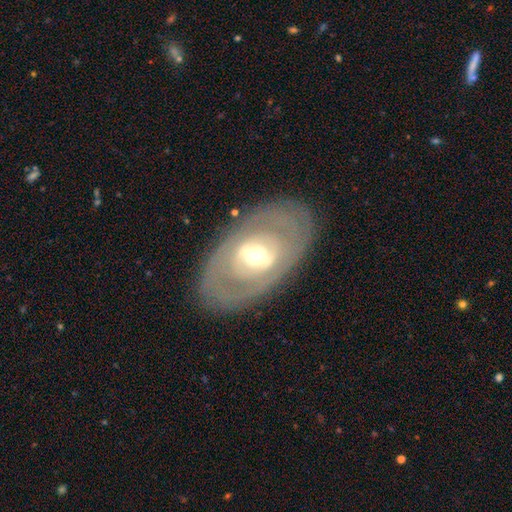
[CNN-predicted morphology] The model was most divided on "bar": weak: 36%, no: 34%, strong: 31%. More confident: edge-on disk — no (89%); merging — none (81%); smooth or featured — featured or disk (71%); spiral arms — no (67%); bulge size — moderate (65%).